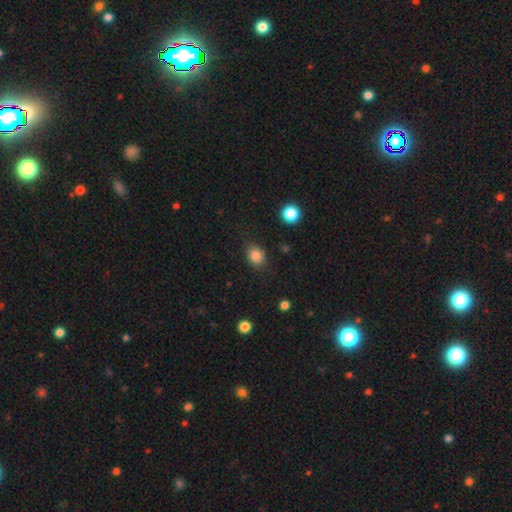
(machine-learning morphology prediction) Smooth or featured: smooth — 85% (star or artifact — 11%)
How rounded: round — 56% (in between — 43%)
Merging: none — 80% (minor disturbance — 15%)